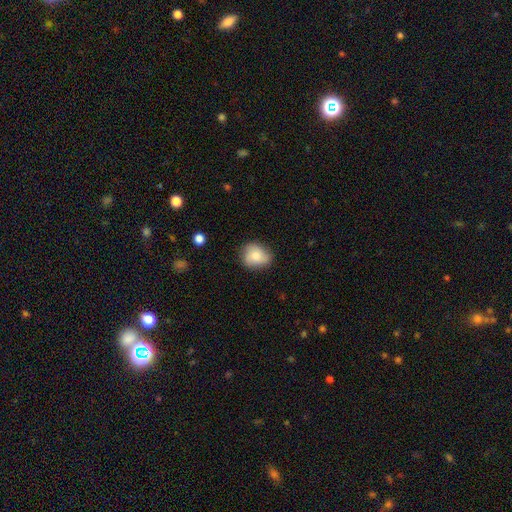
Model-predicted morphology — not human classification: Q: Smooth or featured?
A: smooth (78%); runner-up: featured or disk (14%)
Q: How rounded?
A: round (63%); runner-up: in between (36%)
Q: Merging?
A: none (73%); runner-up: minor disturbance (20%)